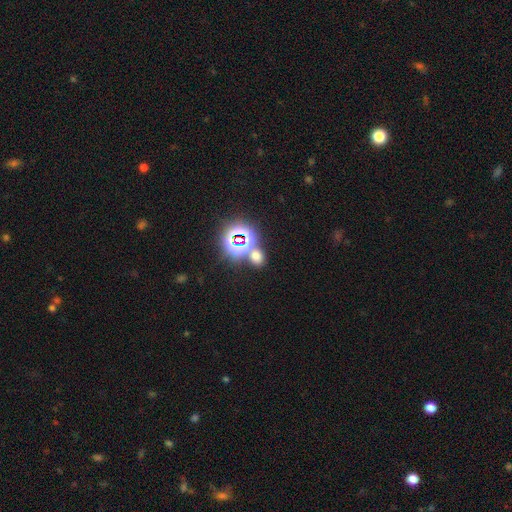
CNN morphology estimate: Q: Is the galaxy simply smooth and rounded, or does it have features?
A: smooth — 54%.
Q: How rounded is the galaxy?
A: round — 57%.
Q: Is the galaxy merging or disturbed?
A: none — 72%.